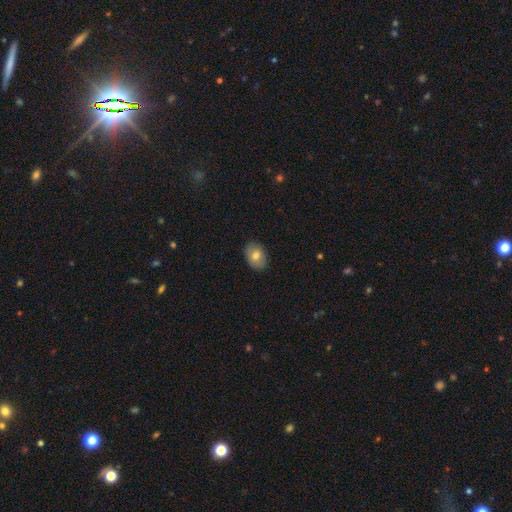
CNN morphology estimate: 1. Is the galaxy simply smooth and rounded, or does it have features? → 76% smooth, 16% featured or disk, 8% star or artifact.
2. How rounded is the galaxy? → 81% in between, 18% round, 1% cigar-shaped.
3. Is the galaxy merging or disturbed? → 86% none, 11% minor disturbance, 2% major disturbance, 1% merger.